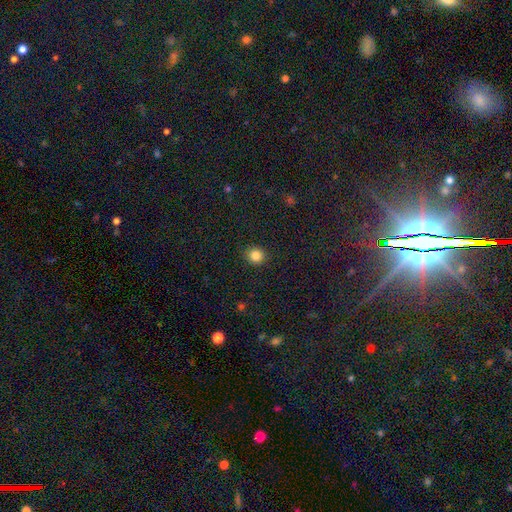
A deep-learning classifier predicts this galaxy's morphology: smooth_or_featured: smooth (p=0.84) [alt: star or artifact p=0.12]
how_rounded: round (p=0.90) [alt: in between p=0.09]
merging: none (p=0.92) [alt: minor disturbance p=0.06]